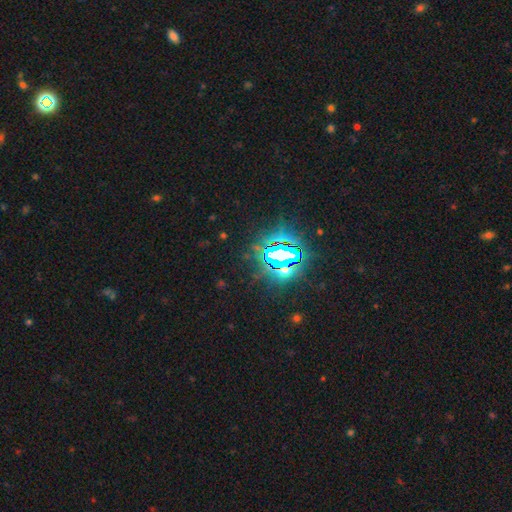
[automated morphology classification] Smooth or featured?
  - star or artifact: 84% *
  - smooth: 9%
  - featured or disk: 6%